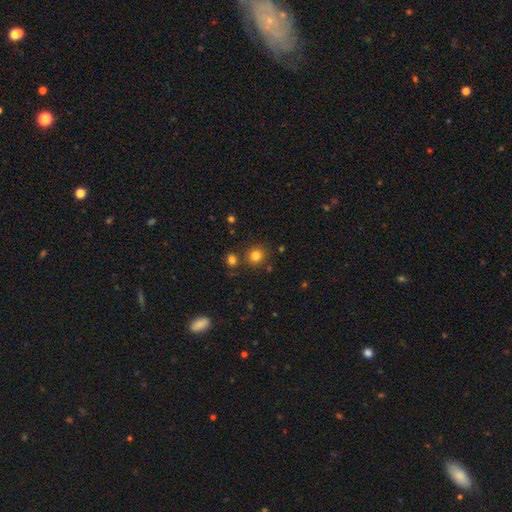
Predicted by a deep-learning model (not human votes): Overall: smooth (80%). How rounded: round (88%). Merging: none (81%).